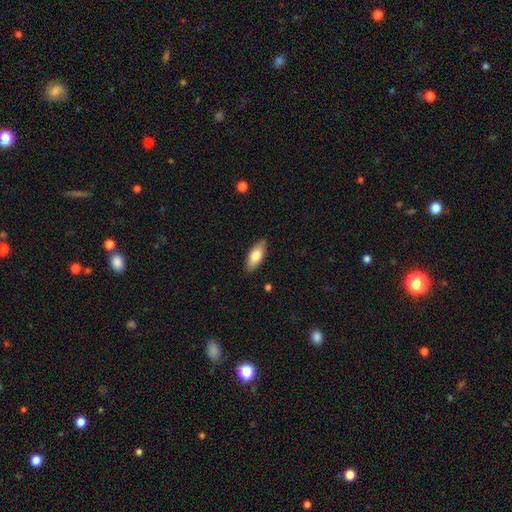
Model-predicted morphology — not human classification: type=smooth (77%); roundness=in between (84%); merging=none (87%).